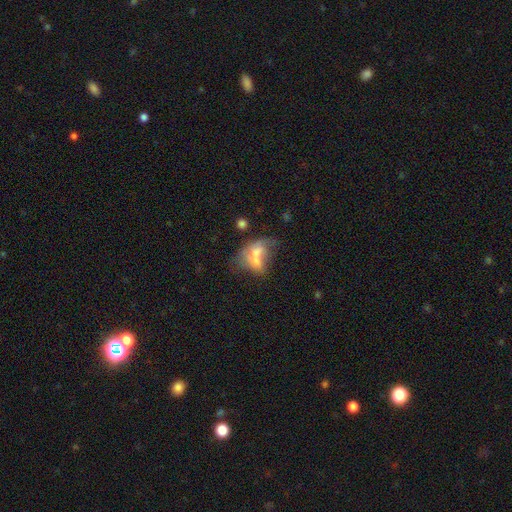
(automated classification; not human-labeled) A smooth galaxy with no disk features (55%) that is in between round and cigar-shaped (78%).

Vote fractions:
- Smooth or featured? smooth: 55% / featured or disk: 34% / star or artifact: 11%
- How rounded? in between: 78% / round: 18% / cigar-shaped: 4%
- Merging? merger: 48% / major disturbance: 21% / none: 18% / minor disturbance: 14%